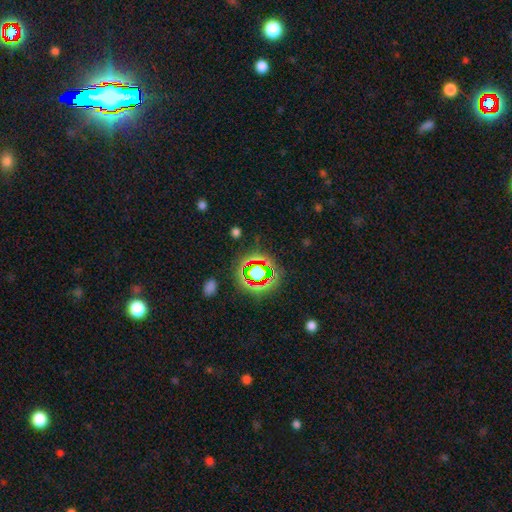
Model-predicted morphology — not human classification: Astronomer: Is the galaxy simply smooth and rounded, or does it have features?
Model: star or artifact — 74%.